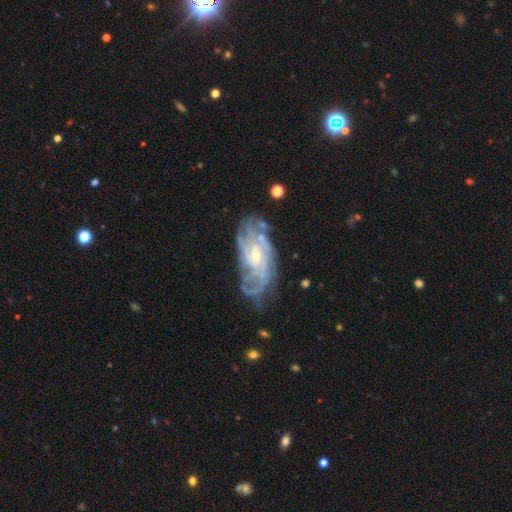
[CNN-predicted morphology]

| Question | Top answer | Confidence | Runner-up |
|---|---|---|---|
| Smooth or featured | featured or disk | 83% | smooth (10%) |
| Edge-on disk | no | 93% | yes (7%) |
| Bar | no | 54% | weak (37%) |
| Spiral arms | yes | 91% | no (9%) |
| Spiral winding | tight | 58% | medium (32%) |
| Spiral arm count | can't tell | 47% | 4 (15%) |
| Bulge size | small | 67% | moderate (28%) |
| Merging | none | 64% | minor disturbance (22%) |